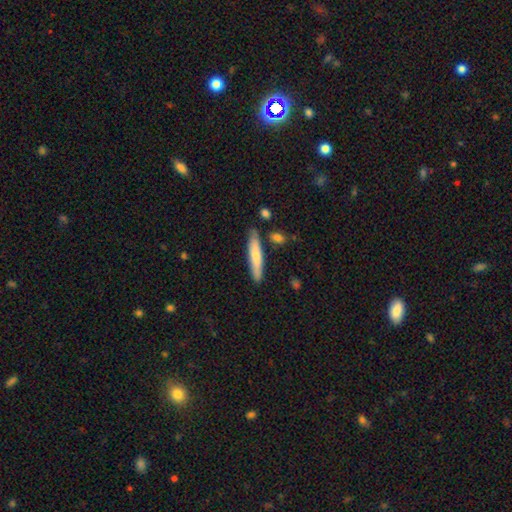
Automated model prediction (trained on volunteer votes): smooth 73%, featured or disk 22%, star or artifact 5%. Down the decision tree: how rounded — cigar-shaped (88%); merging — none (81%).